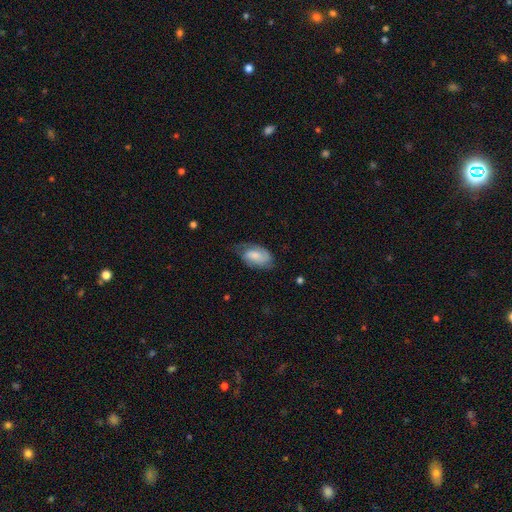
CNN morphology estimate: Smooth or featured? smooth (60%)
How rounded? in between (93%)
Merging? none (54%)